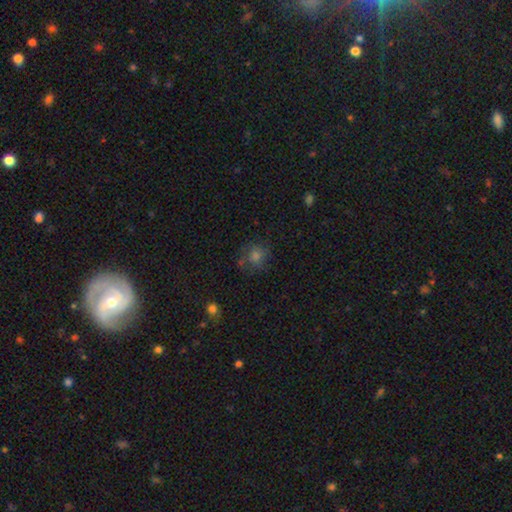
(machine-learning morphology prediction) A smooth galaxy with no disk features (58%) that is round (83%).

Vote fractions:
- Smooth or featured? smooth: 58% / star or artifact: 23% / featured or disk: 18%
- How rounded? round: 83% / in between: 16% / cigar-shaped: 1%
- Merging? none: 69% / minor disturbance: 17% / major disturbance: 8% / merger: 5%